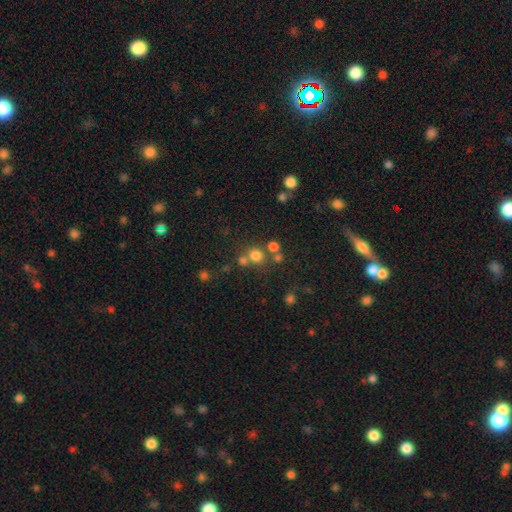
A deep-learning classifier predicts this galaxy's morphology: Q: Smooth or featured?
A: smooth (73%); runner-up: star or artifact (19%)
Q: How rounded?
A: round (87%); runner-up: in between (12%)
Q: Merging?
A: none (65%); runner-up: merger (23%)